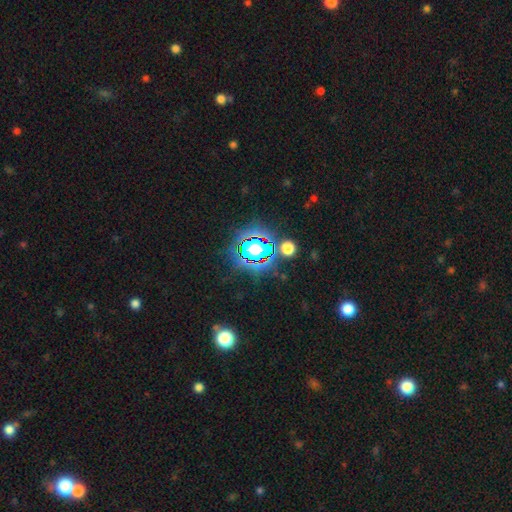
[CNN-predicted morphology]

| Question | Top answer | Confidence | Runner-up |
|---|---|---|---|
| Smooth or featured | star or artifact | 80% | smooth (13%) |